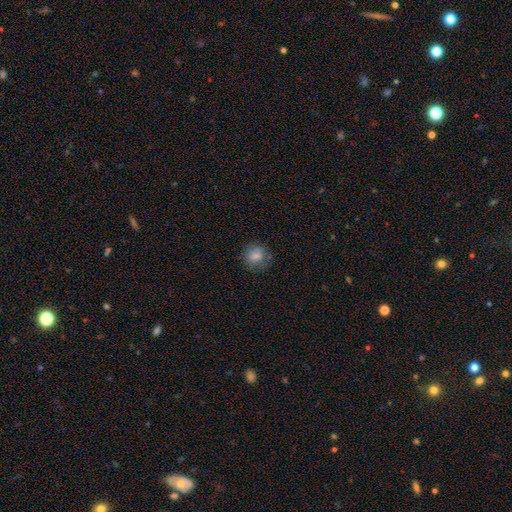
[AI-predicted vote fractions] Morphology: type=smooth (79%); roundness=round (79%); merging=none (73%).